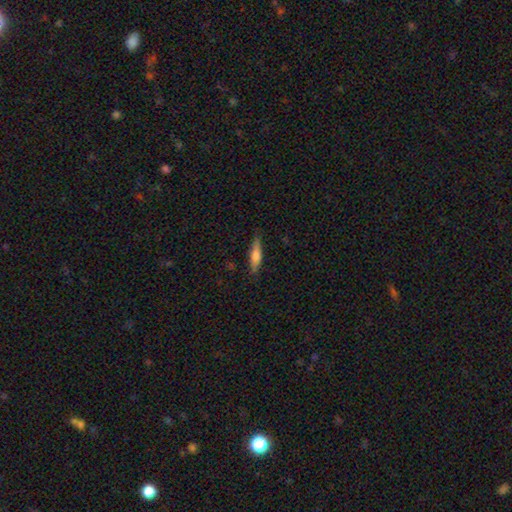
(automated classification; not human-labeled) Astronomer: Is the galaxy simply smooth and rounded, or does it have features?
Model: smooth — 60%.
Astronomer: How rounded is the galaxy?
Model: cigar-shaped — 78%.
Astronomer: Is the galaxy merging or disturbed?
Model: none — 85%.